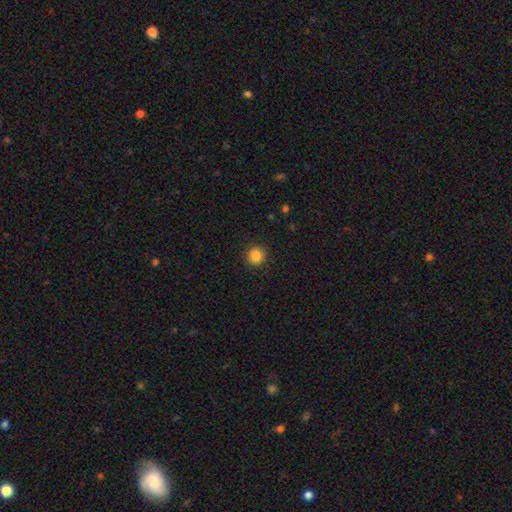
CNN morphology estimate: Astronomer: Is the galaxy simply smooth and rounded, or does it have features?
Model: smooth — 86%.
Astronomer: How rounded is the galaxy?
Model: round — 93%.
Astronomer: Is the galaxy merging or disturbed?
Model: none — 91%.